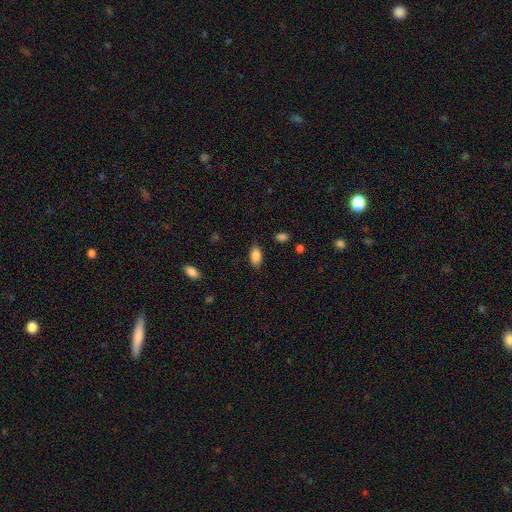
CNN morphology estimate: A smooth galaxy with no disk features (86%) that is in between round and cigar-shaped (92%). Merging: none (83%).